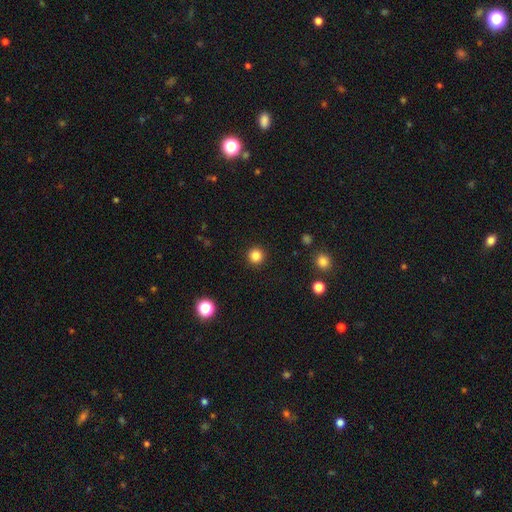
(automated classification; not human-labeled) A smooth galaxy with no disk features (84%) that is round (95%). Merging: none (93%).